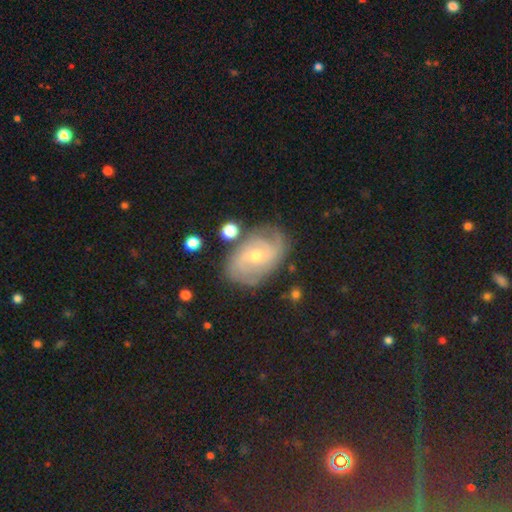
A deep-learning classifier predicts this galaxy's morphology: Smooth or featured? Predicted: featured or disk (p=0.79). Edge-on disk? Predicted: no (p=0.96). Bar? Predicted: no (p=0.52). Spiral arms? Predicted: yes (p=0.94). Spiral winding? Predicted: tight (p=0.55). Spiral arm count? Predicted: 2 (p=0.38). Bulge size? Predicted: small (p=0.53). Merging? Predicted: none (p=0.75).